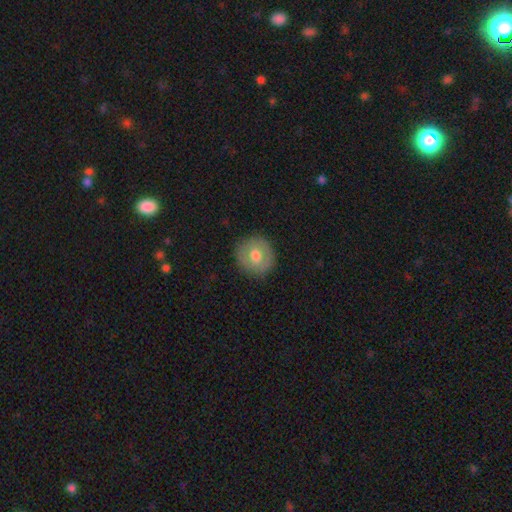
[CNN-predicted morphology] smooth 67%, featured or disk 26%, star or artifact 7%. Down the decision tree: how rounded — round (91%); merging — none (88%).